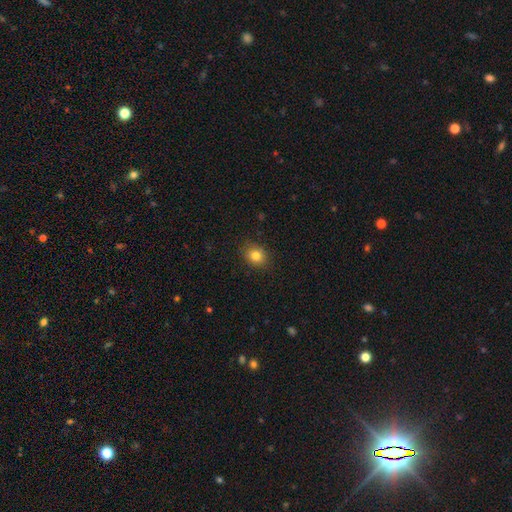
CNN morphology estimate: smooth 82%, star or artifact 11%, featured or disk 7%. Down the decision tree: how rounded — round (56%); merging — none (86%).